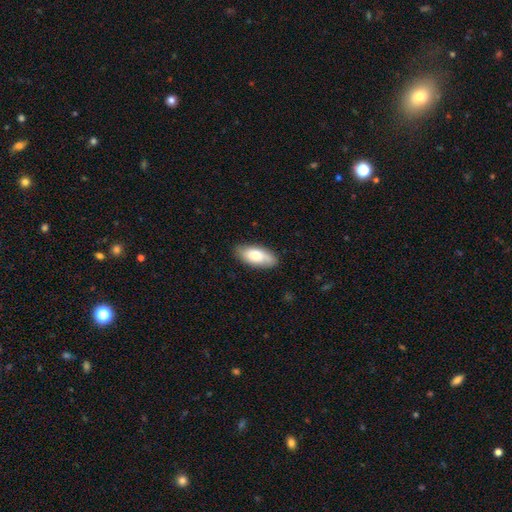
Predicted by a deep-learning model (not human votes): This appears to be a smooth galaxy with no disk features (70%) that is in between round and cigar-shaped (88%). Merging: none (82%).